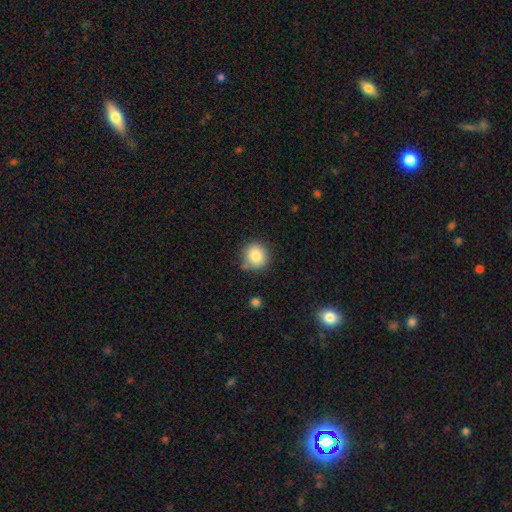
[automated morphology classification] Q: Smooth or featured?
A: smooth (85%); runner-up: star or artifact (9%)
Q: How rounded?
A: round (86%); runner-up: in between (13%)
Q: Merging?
A: none (75%); runner-up: minor disturbance (16%)